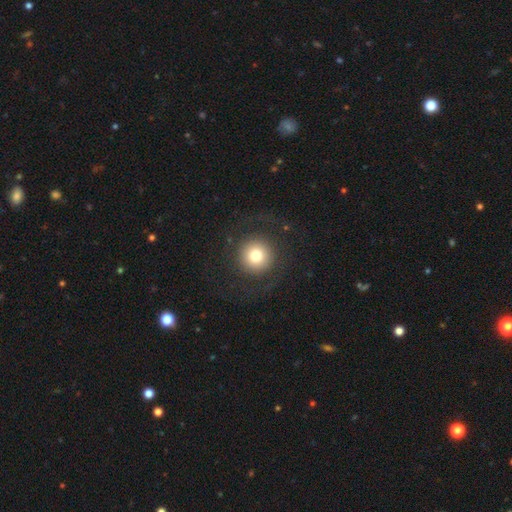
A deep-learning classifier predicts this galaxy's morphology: Smooth or featured? smooth (75%)
How rounded? round (96%)
Merging? none (85%)